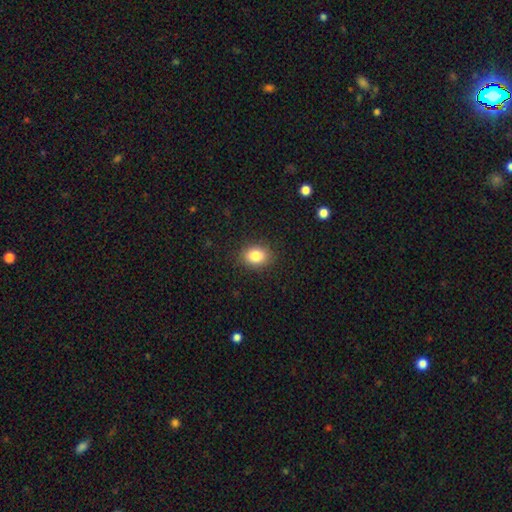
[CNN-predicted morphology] type=smooth (84%); roundness=in between (66%); merging=none (87%).